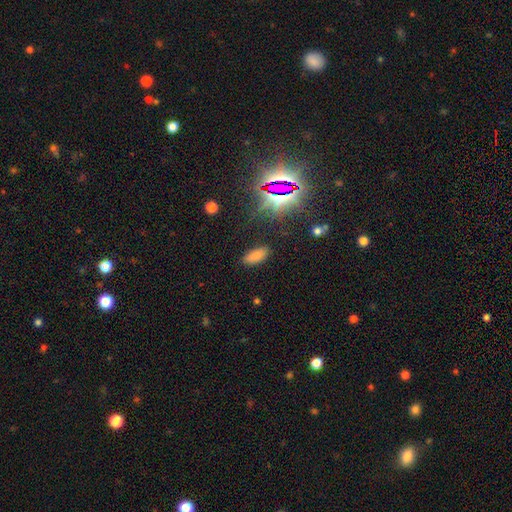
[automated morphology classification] Smooth or featured? Predicted: smooth (p=0.77). How rounded? Predicted: in between (p=0.87). Merging? Predicted: none (p=0.86).